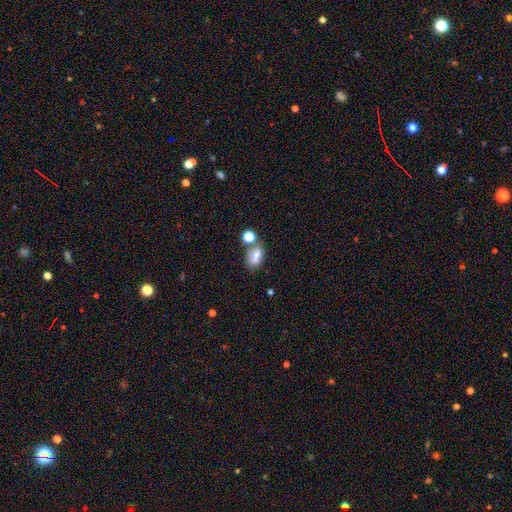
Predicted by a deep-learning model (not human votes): This appears to be a smooth galaxy with no disk features (74%) that is in between round and cigar-shaped (82%). Merging: none (47%).